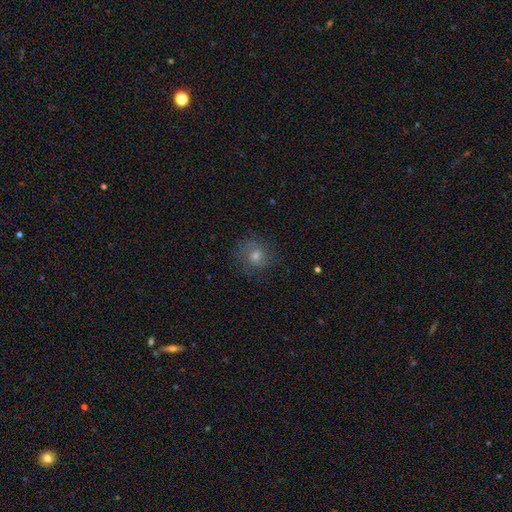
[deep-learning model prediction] This is marginally a smooth galaxy (42%). Merging: likely none (75%).